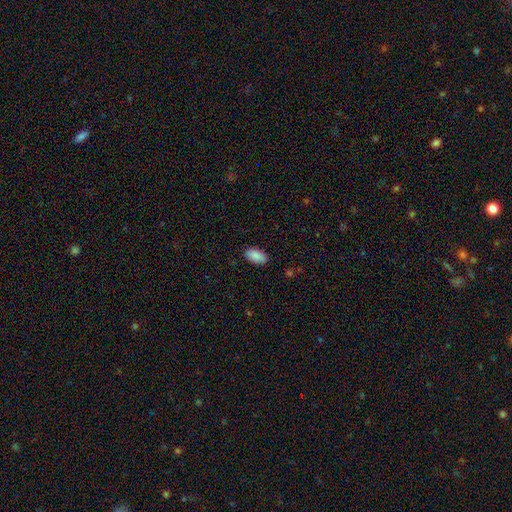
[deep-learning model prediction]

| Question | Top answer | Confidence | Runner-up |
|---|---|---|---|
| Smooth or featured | smooth | 89% | star or artifact (7%) |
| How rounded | in between | 95% | round (3%) |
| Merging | none | 87% | minor disturbance (9%) |